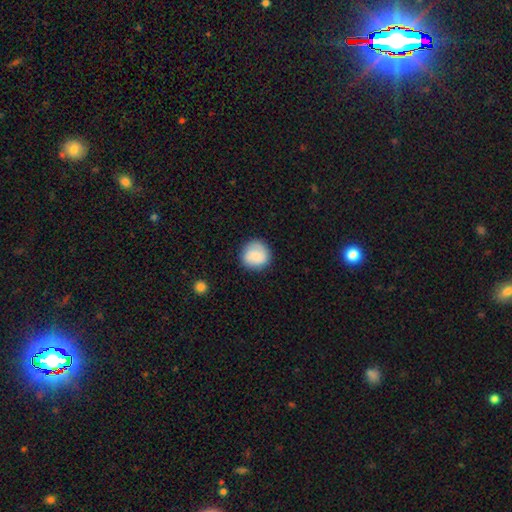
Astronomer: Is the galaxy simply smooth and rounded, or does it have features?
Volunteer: smooth — 76%.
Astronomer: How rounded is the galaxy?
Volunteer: round — 100%.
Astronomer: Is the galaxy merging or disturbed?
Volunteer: none — 68%.